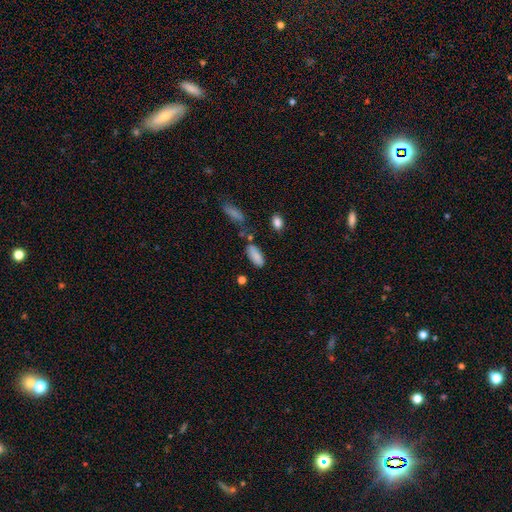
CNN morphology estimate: This is clearly a smooth galaxy (86%). How rounded: clearly in between (82%). Merging: likely none (70%).